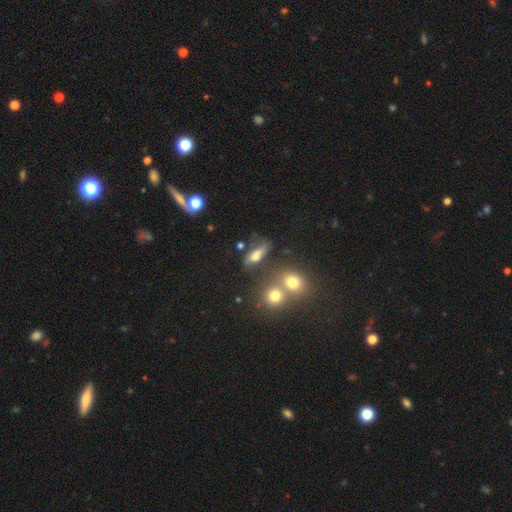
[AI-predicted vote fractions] Smooth or featured: smooth — 63% (featured or disk — 21%)
How rounded: in between — 61% (cigar-shaped — 25%)
Merging: none — 47% (merger — 21%)